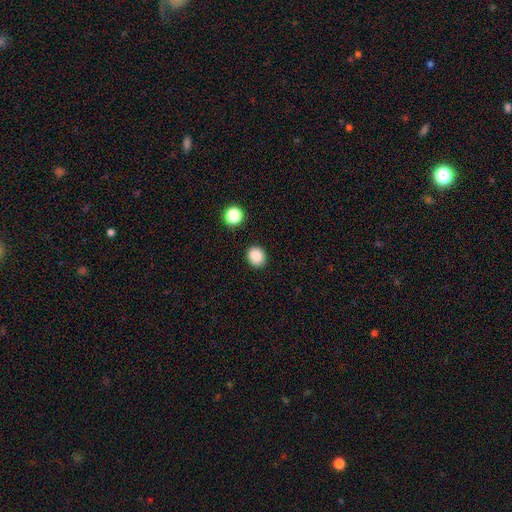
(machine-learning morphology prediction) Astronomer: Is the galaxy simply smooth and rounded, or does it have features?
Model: smooth — 85%.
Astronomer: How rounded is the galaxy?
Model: round — 69%.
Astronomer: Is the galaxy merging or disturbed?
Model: none — 89%.